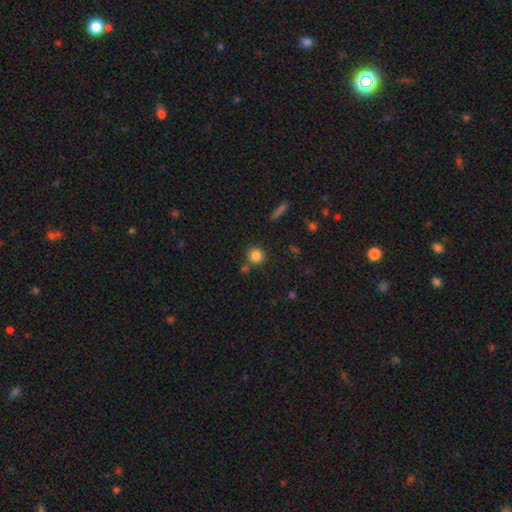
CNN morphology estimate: A smooth galaxy with no disk features (83%) that is round (90%). Merging: none (75%).